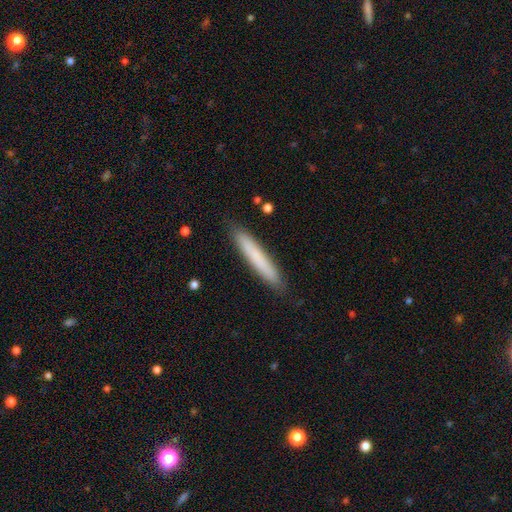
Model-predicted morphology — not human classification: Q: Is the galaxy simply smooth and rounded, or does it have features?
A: smooth — 75%.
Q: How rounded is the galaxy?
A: cigar-shaped — 94%.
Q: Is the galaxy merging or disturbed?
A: none — 89%.